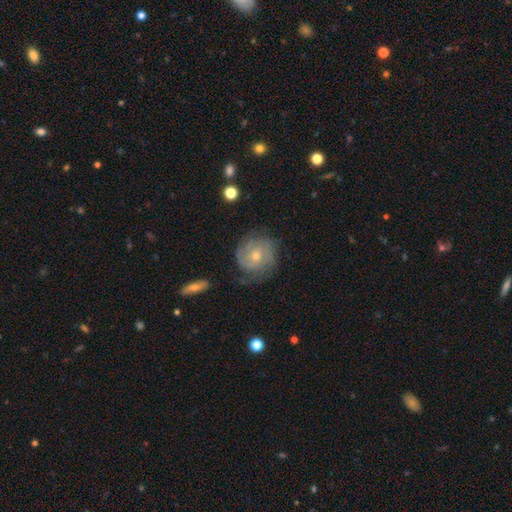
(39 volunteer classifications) smooth_or_featured: featured or disk (p=0.72) [alt: smooth p=0.18]
disk_edge_on: no (p=1.00)
bar: no (p=0.75) [alt: weak p=0.18]
has_spiral_arms: yes (p=0.93) [alt: no p=0.07]
spiral_winding: tight (p=0.69) [alt: medium p=0.15]
spiral_arm_count: can't tell (p=0.42) [alt: 3 p=0.27]
bulge_size: moderate (p=0.46) [alt: small p=0.39]
merging: none (p=0.86) [alt: minor disturbance p=0.06]